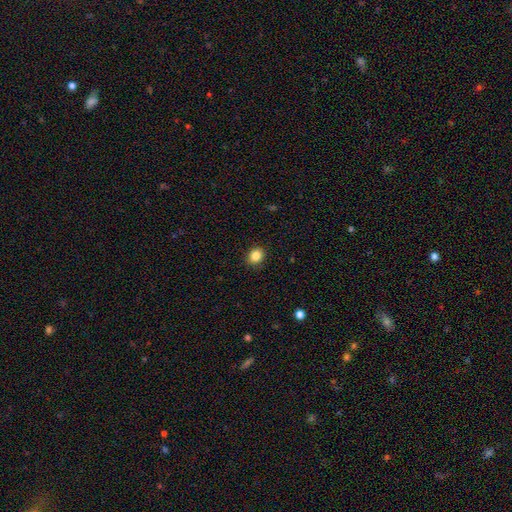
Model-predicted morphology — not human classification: Smooth or featured?
  - smooth: 85% *
  - star or artifact: 10%
  - featured or disk: 5%
How rounded?
  - round: 65% *
  - in between: 34%
  - cigar-shaped: 1%
Merging?
  - none: 90% *
  - minor disturbance: 7%
  - major disturbance: 2%
  - merger: 1%